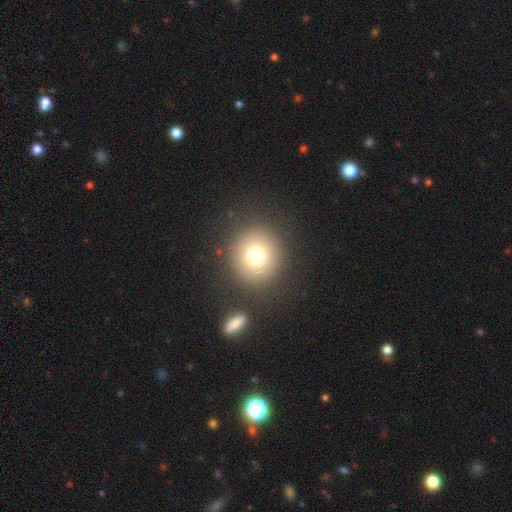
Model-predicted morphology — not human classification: This is likely a smooth galaxy (75%). How rounded: clearly round (90%). Merging: clearly none (86%).